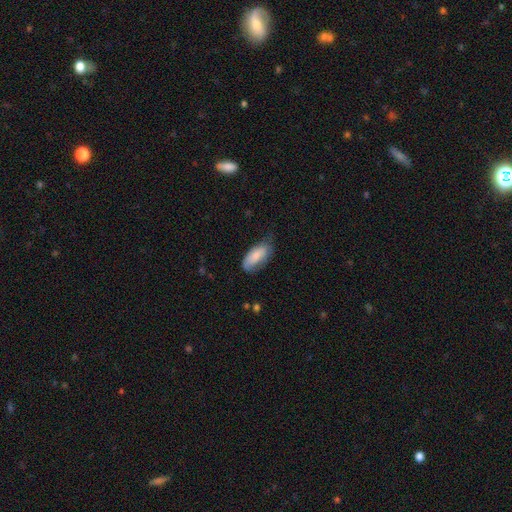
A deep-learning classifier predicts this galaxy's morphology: smooth-or-featured: smooth: 78% | featured or disk: 16% | star or artifact: 6%
  how-rounded: in between: 90% | cigar-shaped: 8% | round: 2%
  merging: none: 54% | minor disturbance: 35% | major disturbance: 9% | merger: 2%